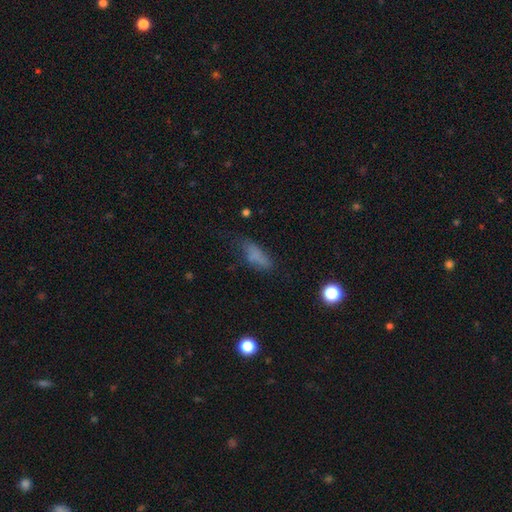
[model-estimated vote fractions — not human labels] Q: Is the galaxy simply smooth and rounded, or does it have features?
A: smooth — 70%.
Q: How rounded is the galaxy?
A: in between — 66%.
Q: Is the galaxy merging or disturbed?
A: none — 52%.